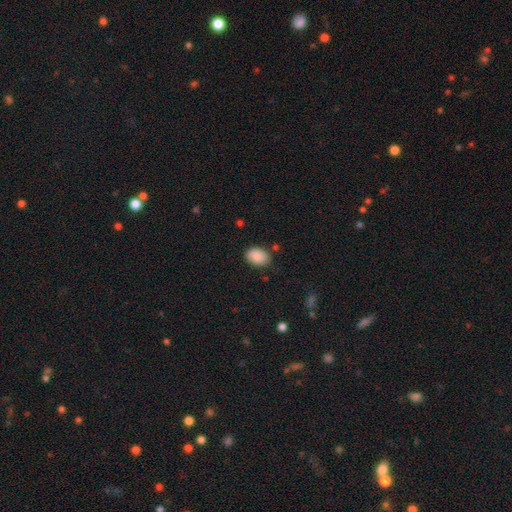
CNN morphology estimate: smooth 87%, star or artifact 7%, featured or disk 5%. Down the decision tree: how rounded — in between (77%); merging — none (78%).